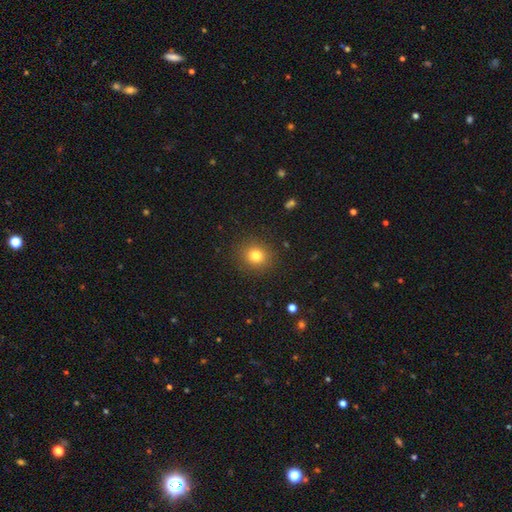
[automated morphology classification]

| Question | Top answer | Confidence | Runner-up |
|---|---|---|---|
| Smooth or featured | smooth | 80% | star or artifact (13%) |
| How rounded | round | 83% | in between (16%) |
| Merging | none | 89% | minor disturbance (7%) |